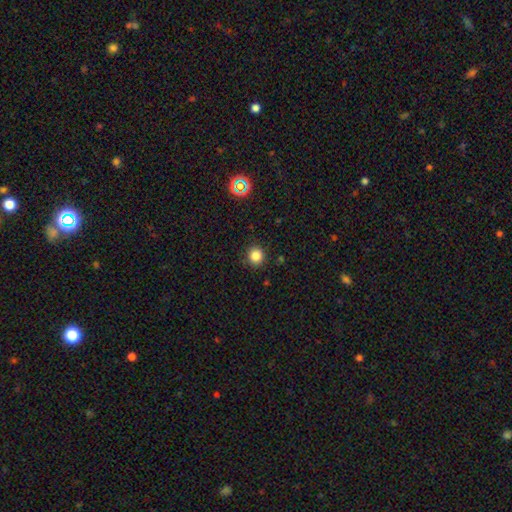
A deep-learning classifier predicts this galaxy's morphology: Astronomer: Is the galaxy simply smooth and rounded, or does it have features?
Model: smooth — 83%.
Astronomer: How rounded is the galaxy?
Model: round — 92%.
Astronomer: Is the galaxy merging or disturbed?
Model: none — 90%.